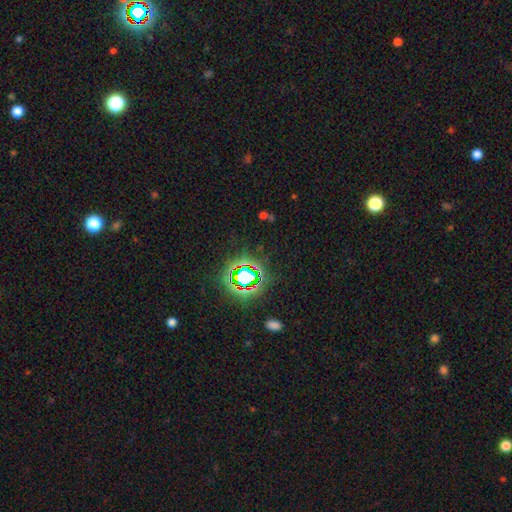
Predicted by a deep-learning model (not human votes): This is clearly a star or artifact rather than a galaxy (80%).